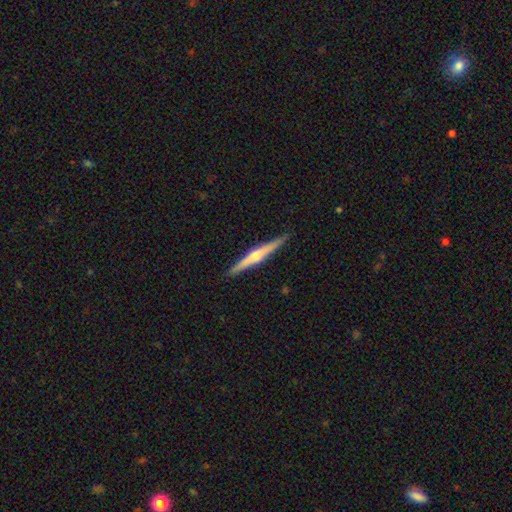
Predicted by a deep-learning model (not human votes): A featured or disk galaxy (70%) viewed edge-on (98%) with a rounded central bulge (86%). Merging: none (90%).